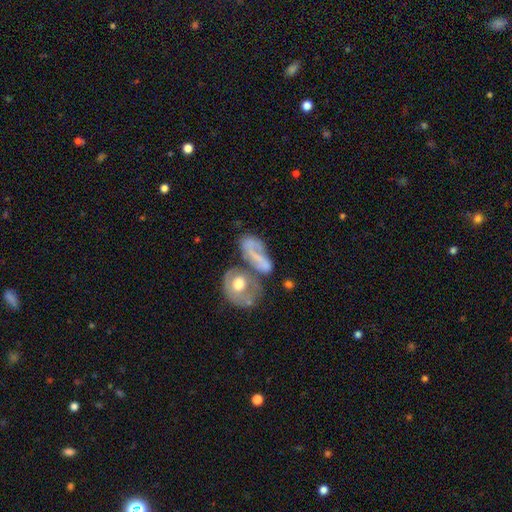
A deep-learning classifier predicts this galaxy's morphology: The model was most divided on "merging": merger: 33%, none: 28%, major disturbance: 21%, minor disturbance: 18%. More confident: edge-on disk — no (92%); smooth or featured — featured or disk (50%).